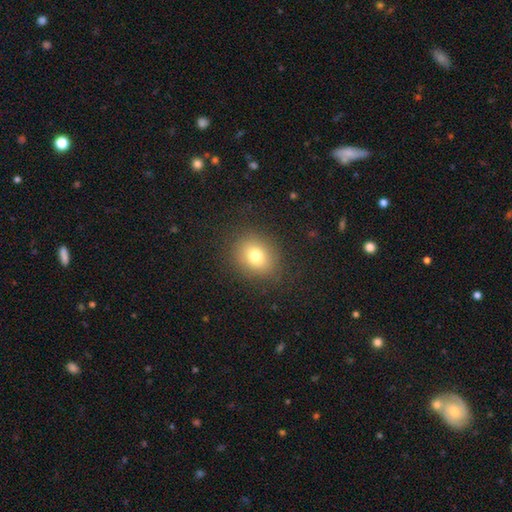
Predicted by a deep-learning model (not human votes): smooth-or-featured: smooth: 76% | star or artifact: 13% | featured or disk: 11%
  how-rounded: round: 63% | in between: 36% | cigar-shaped: 1%
  merging: none: 86% | minor disturbance: 9% | major disturbance: 4% | merger: 1%